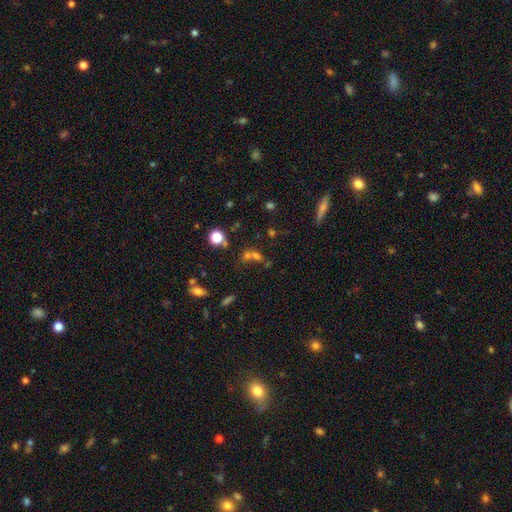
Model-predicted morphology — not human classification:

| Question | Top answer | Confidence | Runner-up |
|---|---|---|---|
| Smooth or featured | smooth | 58% | star or artifact (26%) |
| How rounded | round | 54% | in between (41%) |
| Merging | merger | 51% | none (35%) |